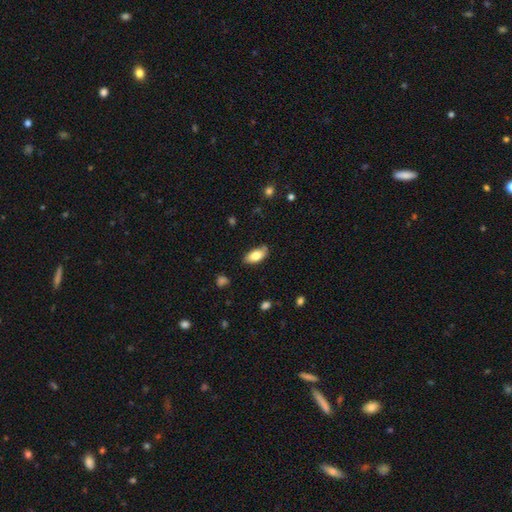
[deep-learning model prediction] Q: Smooth or featured?
A: smooth (77%); runner-up: featured or disk (16%)
Q: How rounded?
A: in between (90%); runner-up: cigar-shaped (7%)
Q: Merging?
A: none (76%); runner-up: minor disturbance (19%)